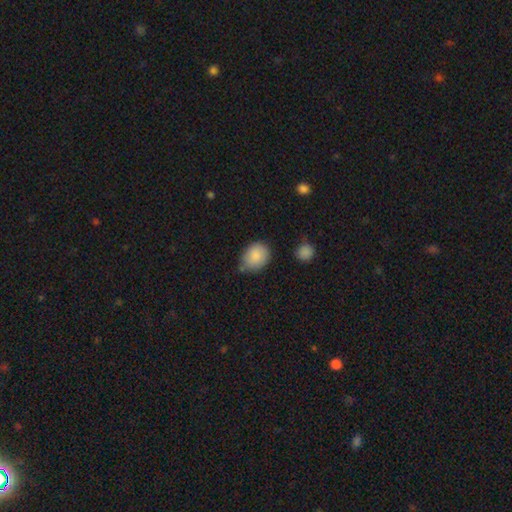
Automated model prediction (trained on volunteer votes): smooth_or_featured: smooth (p=0.87) [alt: star or artifact p=0.08]
how_rounded: in between (p=0.52) [alt: round p=0.47]
merging: none (p=0.61) [alt: minor disturbance p=0.28]